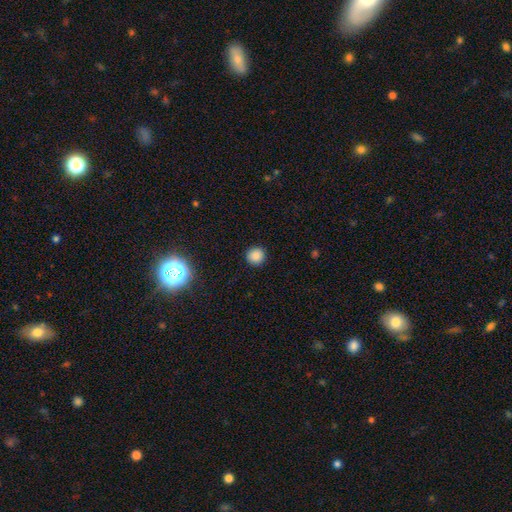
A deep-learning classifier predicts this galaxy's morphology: A smooth galaxy with no disk features (86%) that is round (93%).

Vote fractions:
- Smooth or featured? smooth: 86% / star or artifact: 11% / featured or disk: 3%
- How rounded? round: 93% / in between: 6% / cigar-shaped: 1%
- Merging? none: 92% / minor disturbance: 5% / major disturbance: 2% / merger: 1%